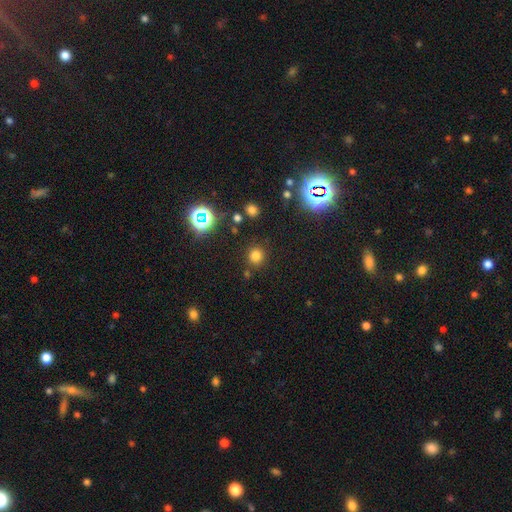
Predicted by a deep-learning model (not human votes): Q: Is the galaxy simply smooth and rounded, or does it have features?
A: smooth — 72%.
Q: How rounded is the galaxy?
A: round — 91%.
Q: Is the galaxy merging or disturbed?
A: none — 85%.